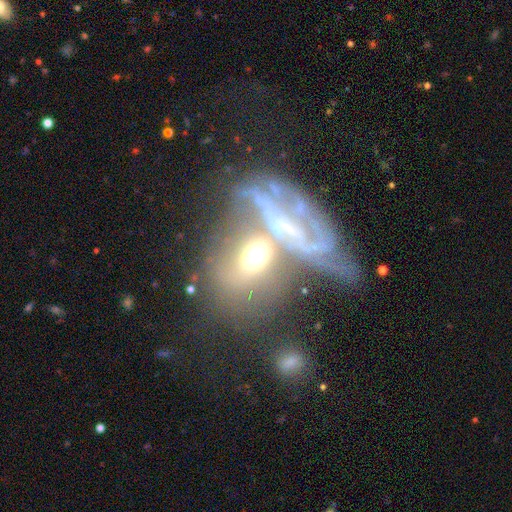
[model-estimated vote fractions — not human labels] This is possibly a featured or disk galaxy (54%). It is clearly not viewed edge-on (90%). Merging: possibly merger (53%).